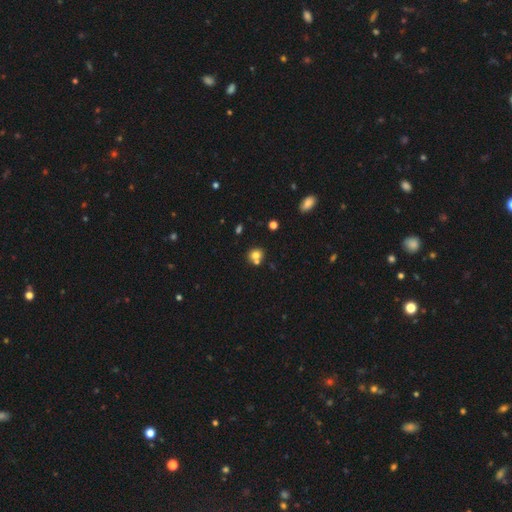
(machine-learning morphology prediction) smooth 76%, star or artifact 13%, featured or disk 11%. Down the decision tree: how rounded — round (80%); merging — none (58%).